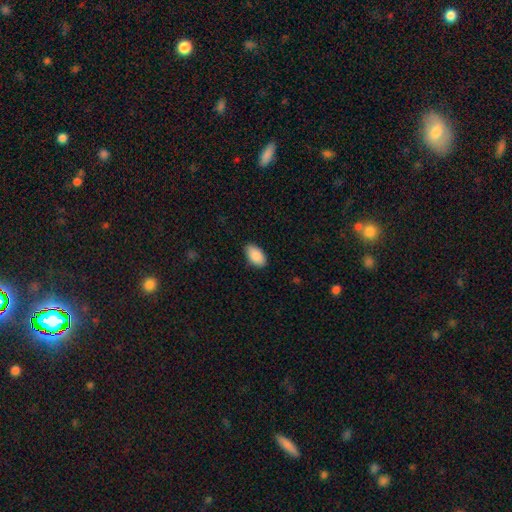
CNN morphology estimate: Smooth or featured? smooth (90%)
How rounded? in between (95%)
Merging? none (86%)